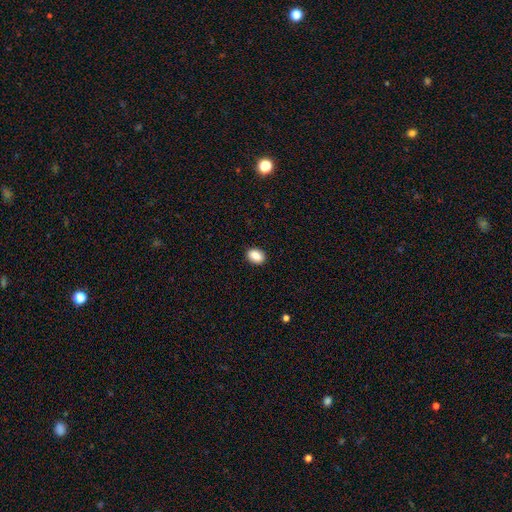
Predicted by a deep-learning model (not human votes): smooth 87%, star or artifact 8%, featured or disk 5%. Down the decision tree: how rounded — in between (79%); merging — none (90%).